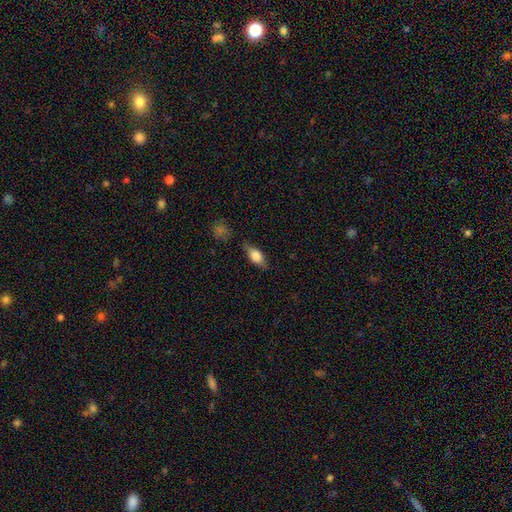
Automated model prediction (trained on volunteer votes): smooth_or_featured: smooth (p=0.72) [alt: featured or disk p=0.21]
how_rounded: in between (p=0.79) [alt: cigar-shaped p=0.17]
merging: none (p=0.74) [alt: minor disturbance p=0.18]